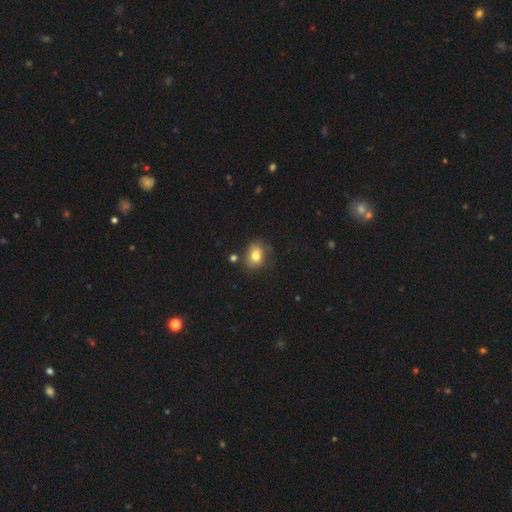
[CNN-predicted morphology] Smooth or featured? smooth (80%)
How rounded? in between (55%)
Merging? none (72%)